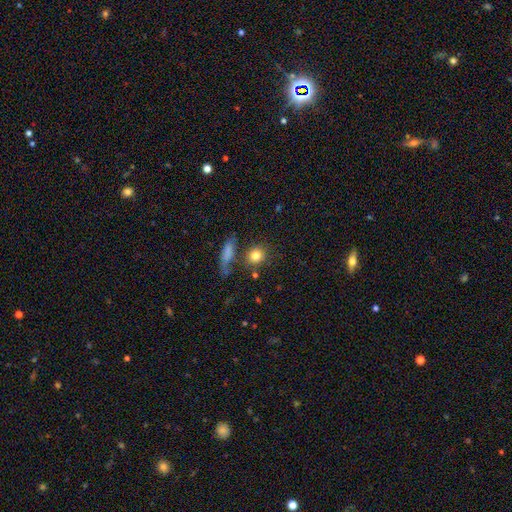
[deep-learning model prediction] Overall: smooth (81%). How rounded: round (79%). Merging: none (74%).